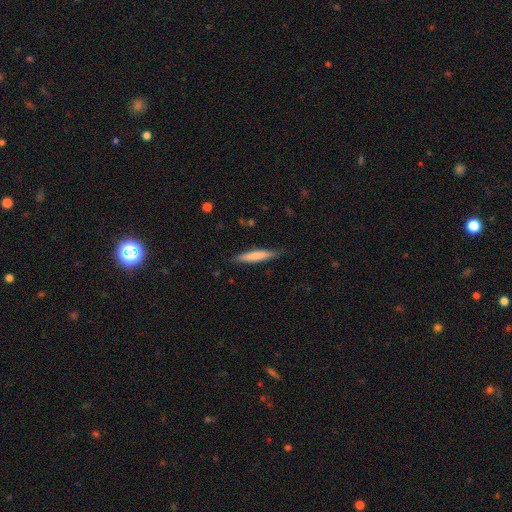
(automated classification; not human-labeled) smooth-or-featured: smooth: 74% | featured or disk: 21% | star or artifact: 6%
  how-rounded: cigar-shaped: 91% | in between: 8% | round: 1%
  merging: none: 84% | minor disturbance: 12% | major disturbance: 2% | merger: 1%